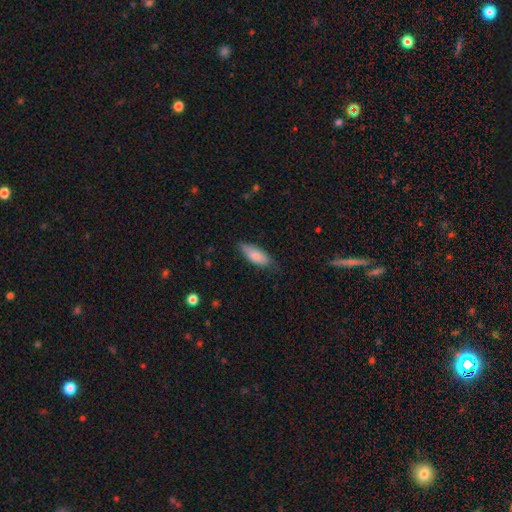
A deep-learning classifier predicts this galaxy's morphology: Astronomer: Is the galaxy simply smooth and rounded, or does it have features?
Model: smooth — 81%.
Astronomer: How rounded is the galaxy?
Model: in between — 74%.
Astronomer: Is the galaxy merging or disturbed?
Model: none — 69%.